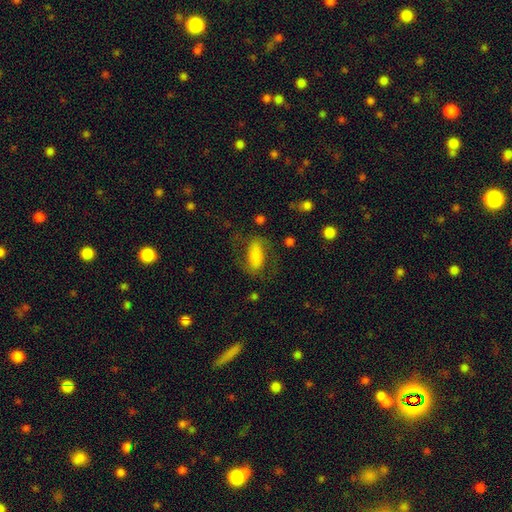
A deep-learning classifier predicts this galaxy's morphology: smooth_or_featured: smooth (p=0.48) [alt: featured or disk p=0.44]
merging: none (p=0.64) [alt: minor disturbance p=0.17]